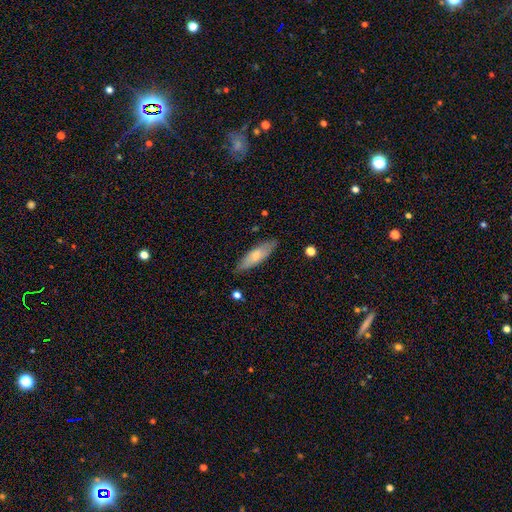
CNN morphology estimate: smooth-or-featured: smooth: 66% | featured or disk: 28% | star or artifact: 6%
  how-rounded: cigar-shaped: 53% | in between: 46% | round: 2%
  merging: none: 82% | minor disturbance: 14% | major disturbance: 3% | merger: 1%